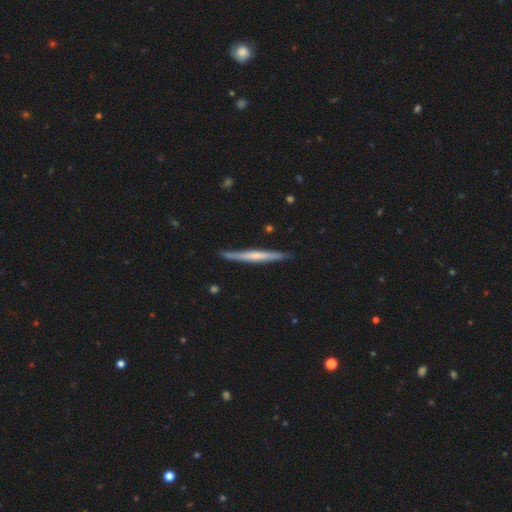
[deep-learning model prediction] The model was most divided on "smooth or featured": featured or disk: 55%, smooth: 40%, star or artifact: 5%. More confident: edge-on disk — yes (97%); merging — none (88%); edge-on bulge — none (57%).